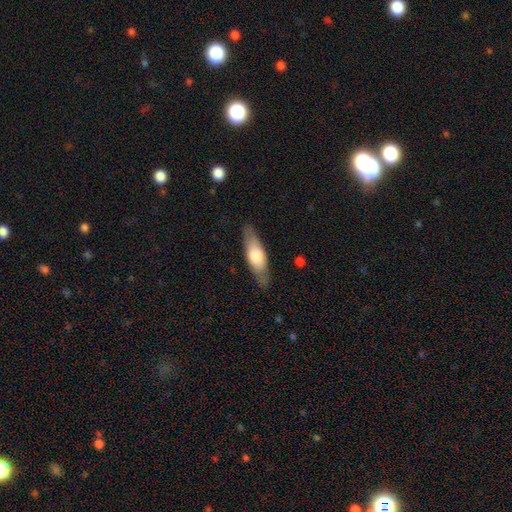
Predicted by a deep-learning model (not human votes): Smooth or featured? smooth (63%)
How rounded? in between (55%)
Merging? none (81%)